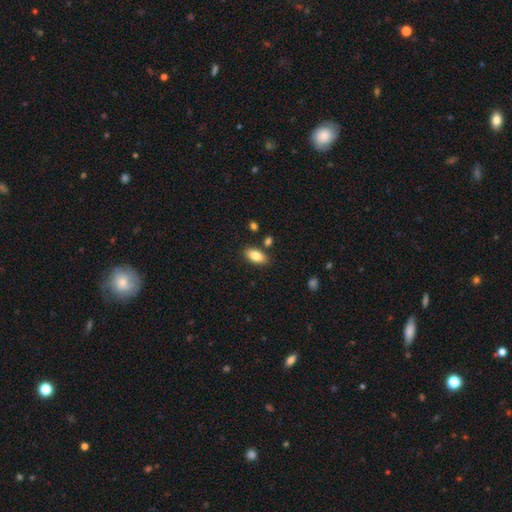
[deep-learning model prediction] The model was most divided on "merging": none: 83%, minor disturbance: 10%, merger: 4%, major disturbance: 2%. More confident: how rounded — in between (91%); smooth or featured — smooth (84%).